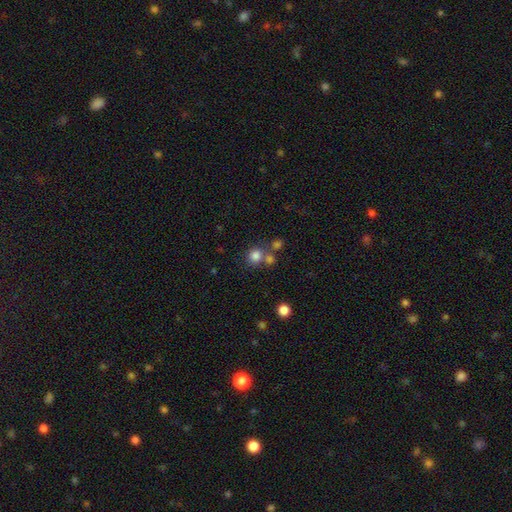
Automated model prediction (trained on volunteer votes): The model was most divided on "merging": none: 64%, merger: 24%, minor disturbance: 8%, major disturbance: 4%. More confident: how rounded — round (88%); smooth or featured — smooth (80%).